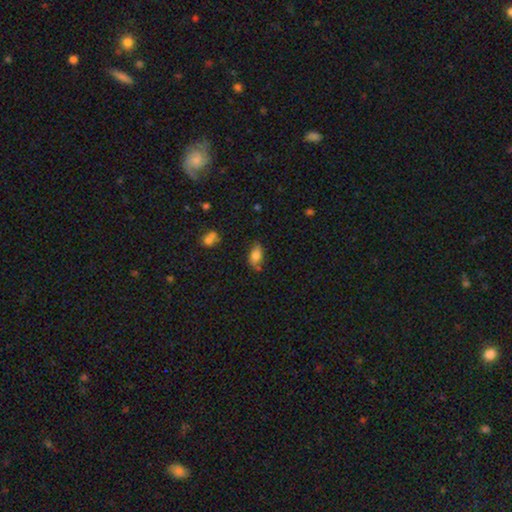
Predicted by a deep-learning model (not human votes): Overall: smooth (78%). How rounded: in between (89%). Merging: none (68%).